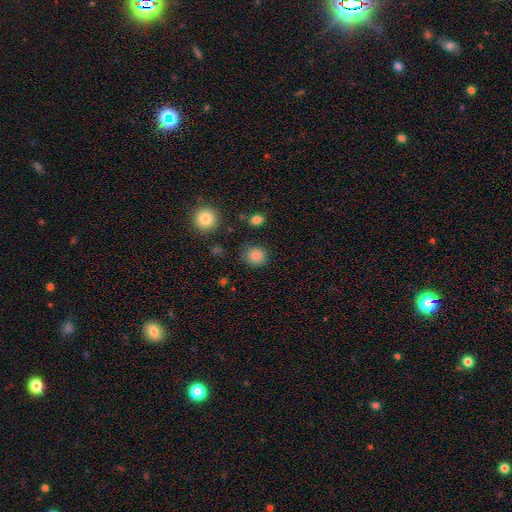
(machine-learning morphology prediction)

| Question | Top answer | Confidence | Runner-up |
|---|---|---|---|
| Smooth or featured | smooth | 84% | star or artifact (11%) |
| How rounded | round | 85% | in between (15%) |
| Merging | none | 82% | minor disturbance (12%) |